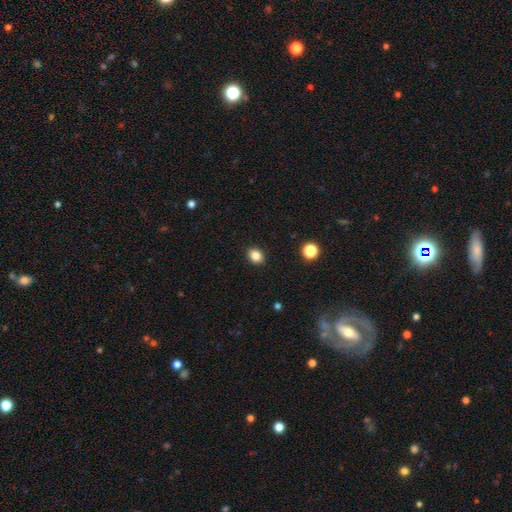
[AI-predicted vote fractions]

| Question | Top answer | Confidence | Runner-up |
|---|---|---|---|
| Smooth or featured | smooth | 84% | star or artifact (11%) |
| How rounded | in between | 51% | round (48%) |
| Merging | none | 91% | minor disturbance (6%) |